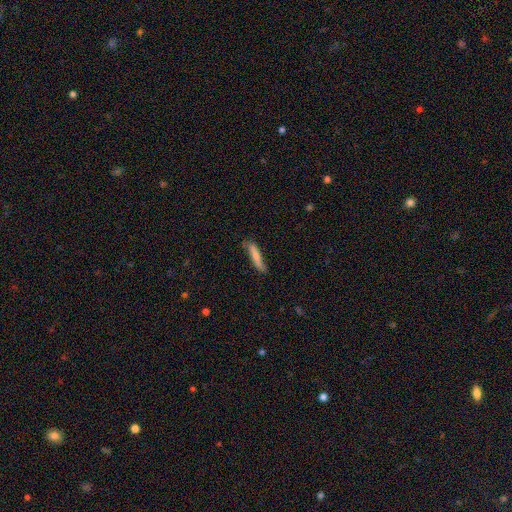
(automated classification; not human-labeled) Smooth or featured? Predicted: smooth (p=0.70). How rounded? Predicted: cigar-shaped (p=0.88). Merging? Predicted: none (p=0.70).